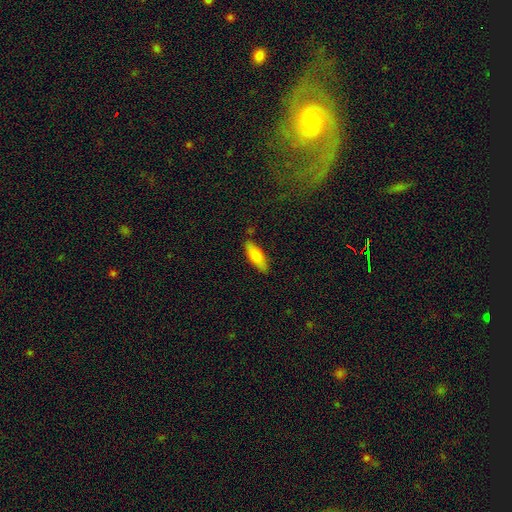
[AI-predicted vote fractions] Smooth or featured?
  - smooth: 76% *
  - featured or disk: 18%
  - star or artifact: 6%
How rounded?
  - in between: 61% *
  - cigar-shaped: 37%
  - round: 2%
Merging?
  - none: 83% *
  - minor disturbance: 12%
  - merger: 2%
  - major disturbance: 2%